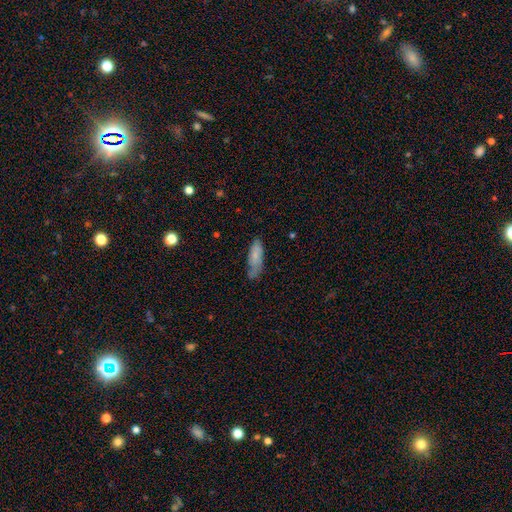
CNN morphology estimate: type=smooth (67%); roundness=in between (64%); merging=none (54%).